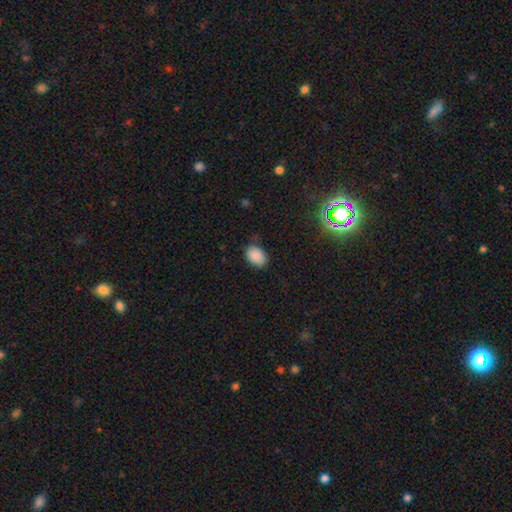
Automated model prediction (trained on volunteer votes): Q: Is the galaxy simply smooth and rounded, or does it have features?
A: smooth — 87%.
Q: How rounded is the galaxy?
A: in between — 83%.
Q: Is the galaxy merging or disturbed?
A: none — 73%.